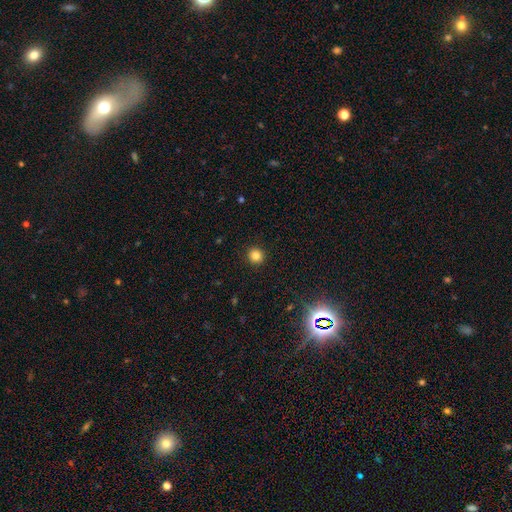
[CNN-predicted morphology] This is clearly a smooth galaxy (83%). How rounded: clearly round (92%). Merging: clearly none (92%).